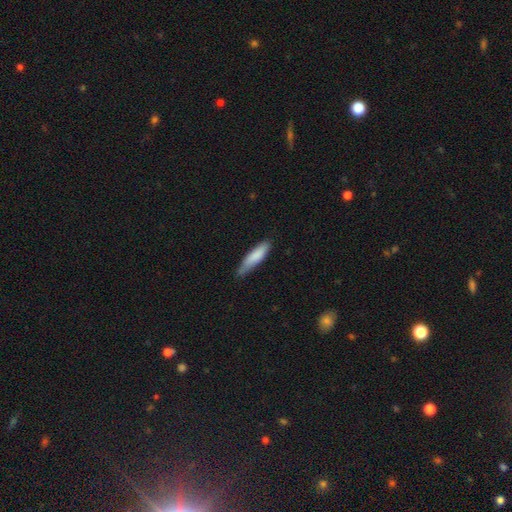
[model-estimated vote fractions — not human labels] This appears to be a smooth galaxy with no disk features (82%) that is cigar-shaped (74%). Merging: none (68%).